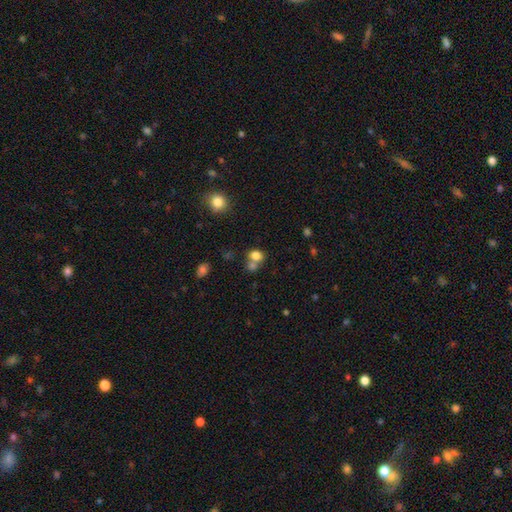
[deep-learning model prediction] Smooth or featured? smooth (78%)
How rounded? round (55%)
Merging? merger (44%)